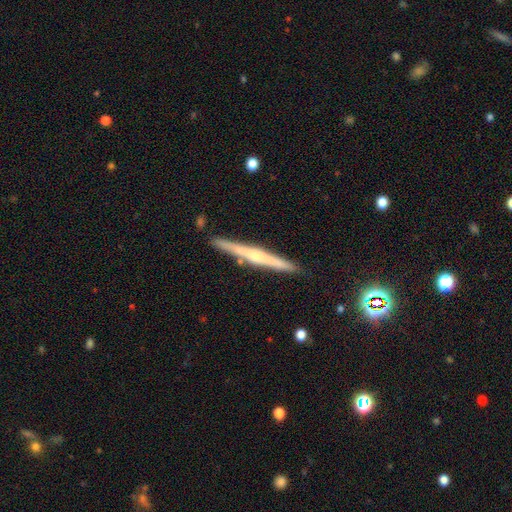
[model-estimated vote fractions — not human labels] featured or disk 73%, smooth 20%, star or artifact 7%. Down the decision tree: edge-on disk — yes (98%); edge-on bulge — rounded (63%); merging — none (89%).